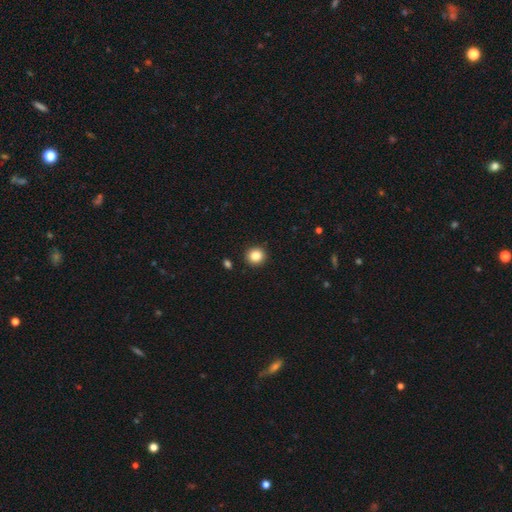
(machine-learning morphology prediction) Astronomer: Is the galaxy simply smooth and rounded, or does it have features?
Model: smooth — 85%.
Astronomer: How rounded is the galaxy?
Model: round — 92%.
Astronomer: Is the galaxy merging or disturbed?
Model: none — 92%.